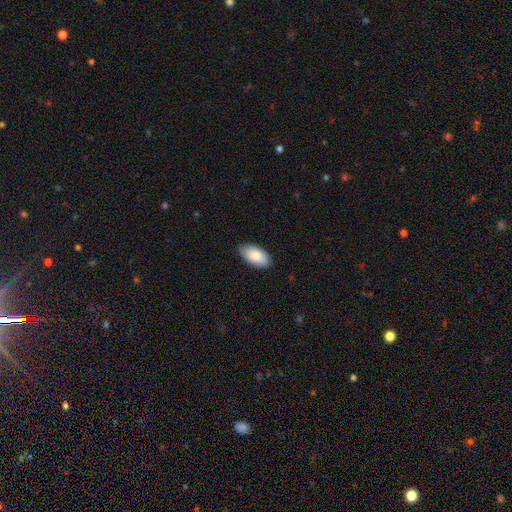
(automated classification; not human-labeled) Smooth or featured?
  - smooth: 86% *
  - featured or disk: 9%
  - star or artifact: 6%
How rounded?
  - in between: 95% *
  - cigar-shaped: 3%
  - round: 2%
Merging?
  - none: 83% *
  - minor disturbance: 14%
  - major disturbance: 2%
  - merger: 1%